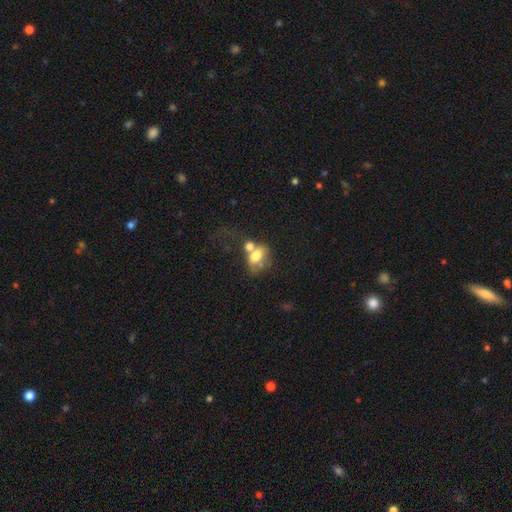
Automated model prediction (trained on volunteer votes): This appears to be a smooth galaxy with no disk features (62%) that is in between round and cigar-shaped (75%). Merging: merger (55%).